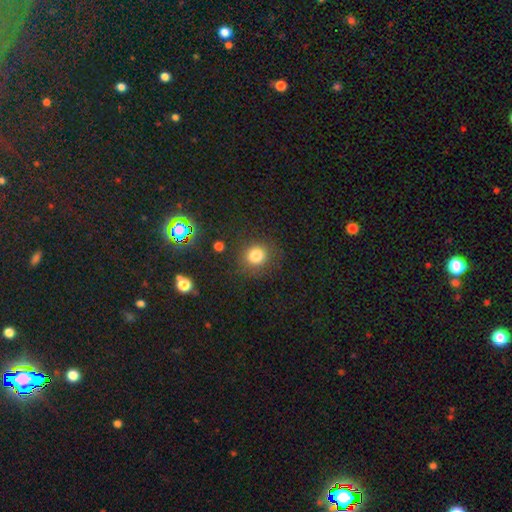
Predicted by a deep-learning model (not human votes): This is likely a smooth galaxy (79%). How rounded: clearly round (86%). Merging: clearly none (83%).